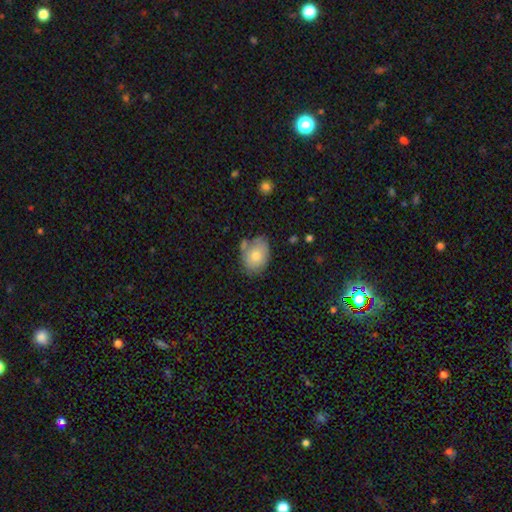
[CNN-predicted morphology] smooth 74%, featured or disk 18%, star or artifact 8%. Down the decision tree: how rounded — in between (68%); merging — none (62%).